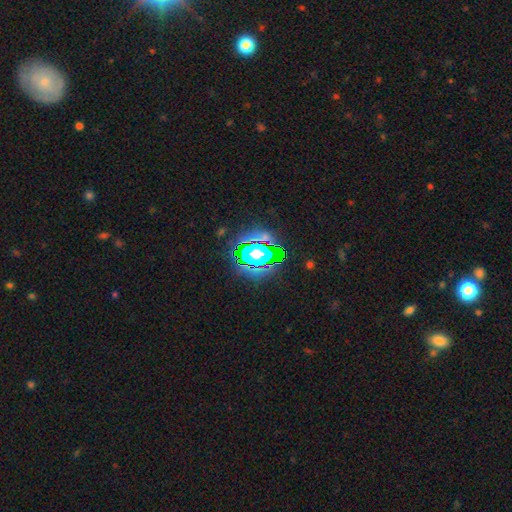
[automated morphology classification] A star or artifact, not a galaxy (73%).